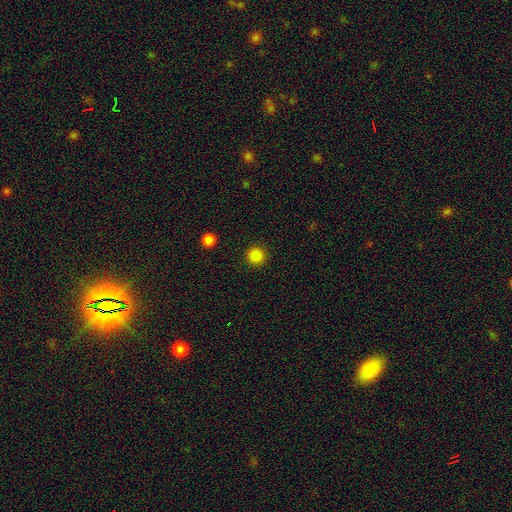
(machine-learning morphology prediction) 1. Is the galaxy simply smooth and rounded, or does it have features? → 86% smooth, 12% star or artifact, 2% featured or disk.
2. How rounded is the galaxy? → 95% round, 4% in between, 1% cigar-shaped.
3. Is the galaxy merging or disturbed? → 92% none, 5% minor disturbance, 2% major disturbance, 1% merger.